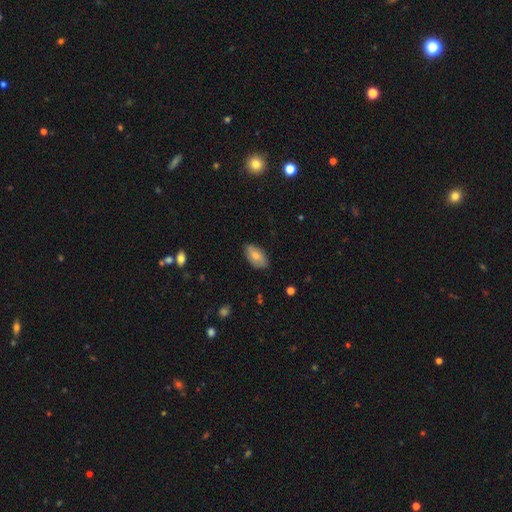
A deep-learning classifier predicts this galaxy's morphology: A smooth galaxy with no disk features (70%) that is in between round and cigar-shaped (94%).

Vote fractions:
- Smooth or featured? smooth: 70% / featured or disk: 23% / star or artifact: 7%
- How rounded? in between: 94% / round: 4% / cigar-shaped: 3%
- Merging? none: 77% / minor disturbance: 19% / major disturbance: 3% / merger: 1%